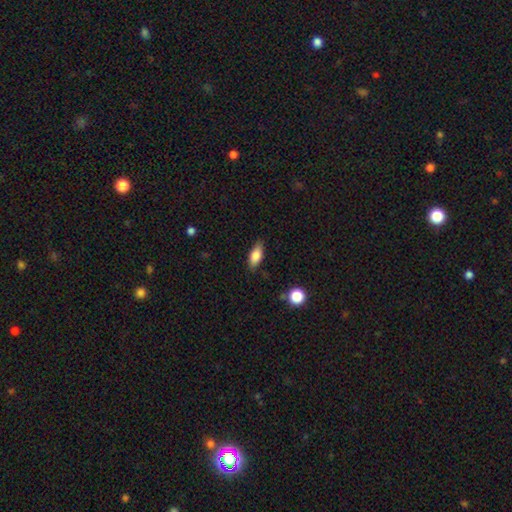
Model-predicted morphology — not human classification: A smooth galaxy with no disk features (81%) that is in between round and cigar-shaped (83%).

Vote fractions:
- Smooth or featured? smooth: 81% / featured or disk: 11% / star or artifact: 8%
- How rounded? in between: 83% / cigar-shaped: 13% / round: 4%
- Merging? none: 82% / minor disturbance: 14% / major disturbance: 3% / merger: 1%